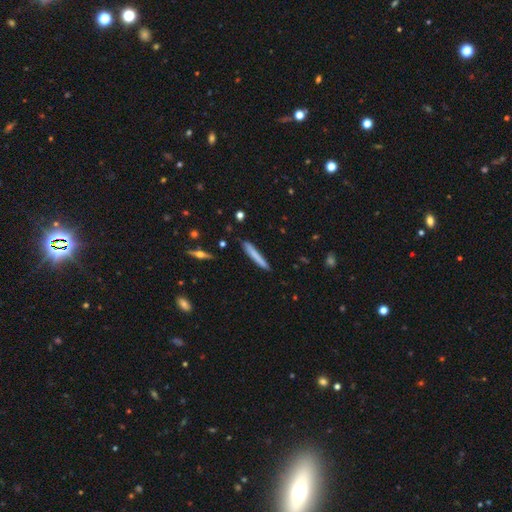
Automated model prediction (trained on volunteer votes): Smooth or featured? Predicted: smooth (p=0.72). How rounded? Predicted: cigar-shaped (p=0.96). Merging? Predicted: none (p=0.87).